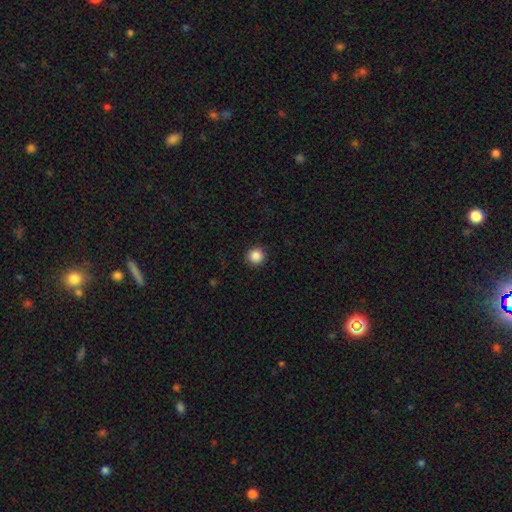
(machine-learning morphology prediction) Smooth or featured? smooth (87%)
How rounded? round (95%)
Merging? none (93%)